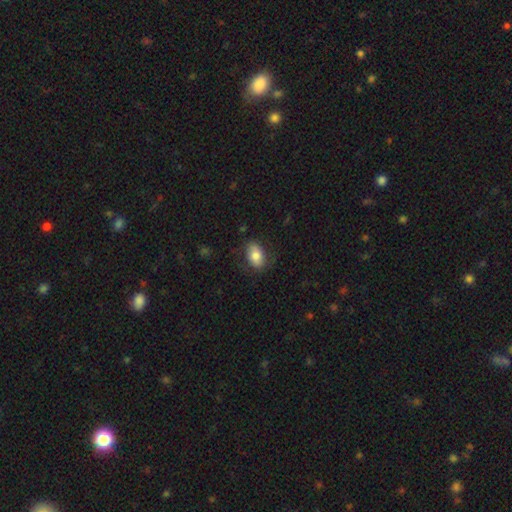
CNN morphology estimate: type=smooth (77%); roundness=in between (87%); merging=none (73%).